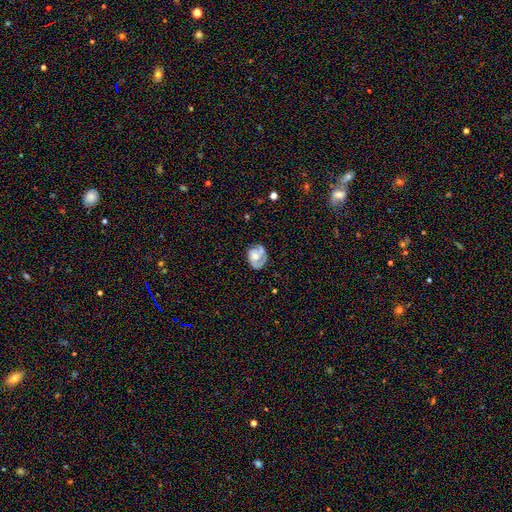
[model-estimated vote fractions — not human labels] Smooth or featured?
  - featured or disk: 59% *
  - smooth: 33%
  - star or artifact: 8%
Edge-on disk?
  - no: 97% *
  - yes: 3%
Bar?
  - no: 78% *
  - weak: 18%
  - strong: 4%
Spiral arms?
  - yes: 74% *
  - no: 26%
Bulge size?
  - moderate: 50% *
  - small: 26%
  - large: 13%
  - none: 8%
  - dominant: 2%
Merging?
  - none: 55% *
  - minor disturbance: 25%
  - major disturbance: 15%
  - merger: 5%